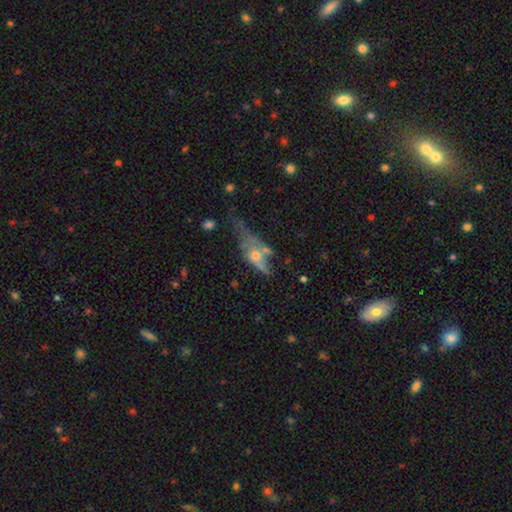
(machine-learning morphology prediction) smooth-or-featured: featured or disk: 47% | smooth: 42% | star or artifact: 10%
  merging: major disturbance: 33% | none: 23% | merger: 22% | minor disturbance: 22%